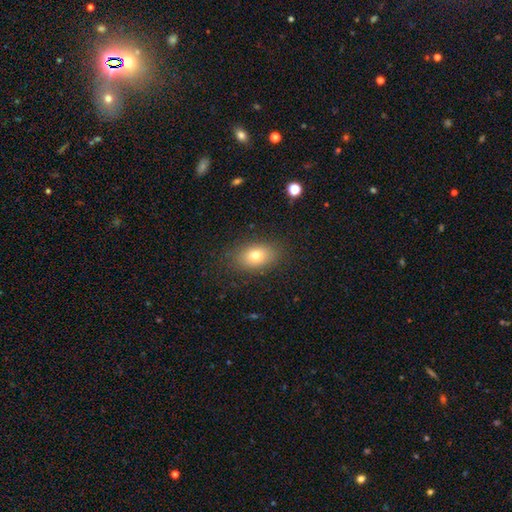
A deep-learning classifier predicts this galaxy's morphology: smooth 76%, featured or disk 13%, star or artifact 11%. Down the decision tree: how rounded — in between (82%); merging — none (85%).